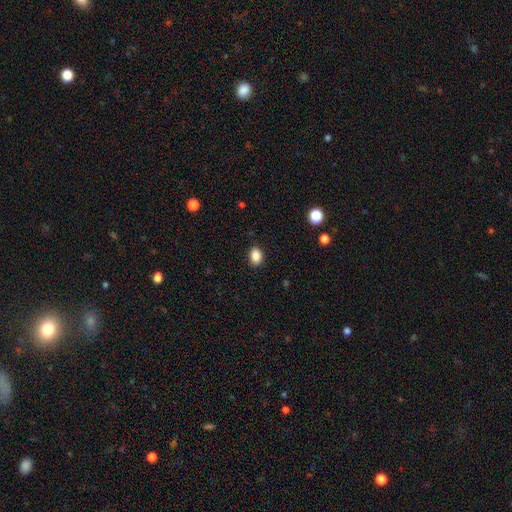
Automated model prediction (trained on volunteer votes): Smooth or featured?
  - smooth: 88% *
  - star or artifact: 9%
  - featured or disk: 3%
How rounded?
  - in between: 71% *
  - round: 28%
  - cigar-shaped: 1%
Merging?
  - none: 89% *
  - minor disturbance: 8%
  - major disturbance: 2%
  - merger: 1%